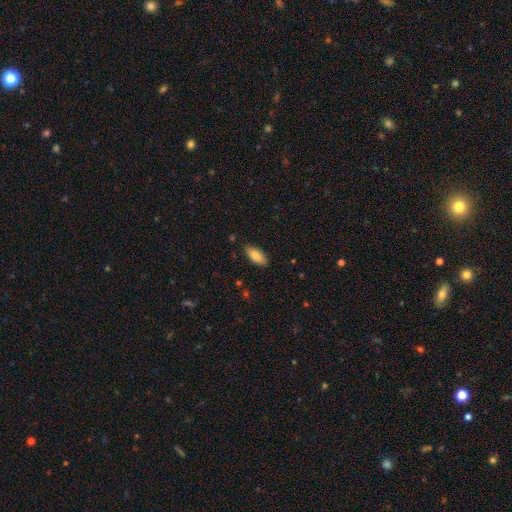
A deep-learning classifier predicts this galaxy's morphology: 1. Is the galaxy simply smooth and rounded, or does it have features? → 84% smooth, 9% featured or disk, 6% star or artifact.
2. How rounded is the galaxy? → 87% in between, 11% cigar-shaped, 2% round.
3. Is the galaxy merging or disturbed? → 85% none, 11% minor disturbance, 2% major disturbance, 1% merger.